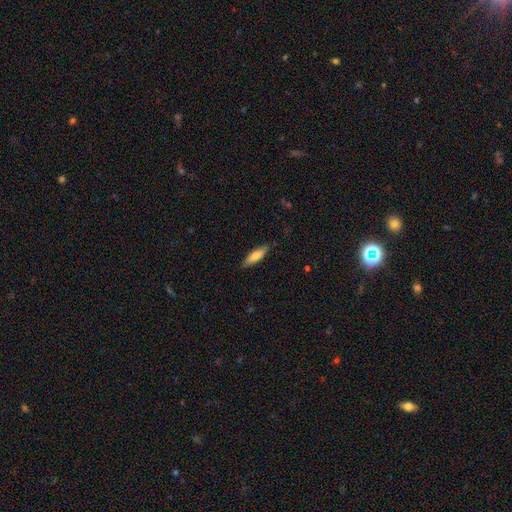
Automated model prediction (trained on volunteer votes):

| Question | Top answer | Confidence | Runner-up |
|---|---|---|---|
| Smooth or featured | smooth | 71% | featured or disk (23%) |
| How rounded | cigar-shaped | 55% | in between (43%) |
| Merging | none | 82% | minor disturbance (14%) |